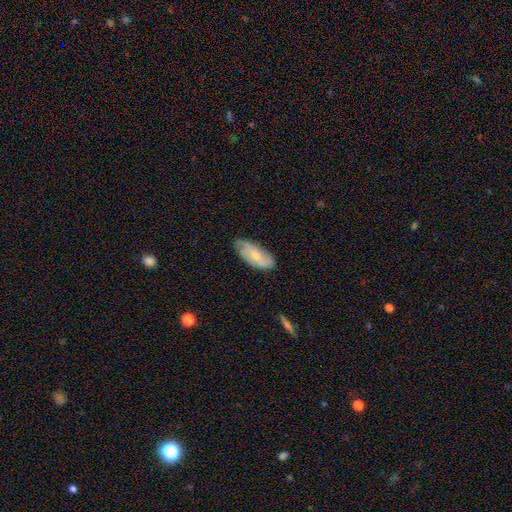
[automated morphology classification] smooth 50%, featured or disk 43%, star or artifact 6%. Down the decision tree: how rounded — in between (87%); merging — none (65%).